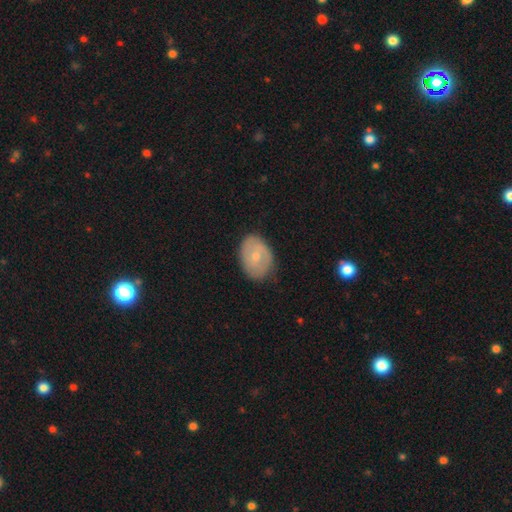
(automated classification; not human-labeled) A smooth galaxy with no disk features (49%). Merging: none (78%).